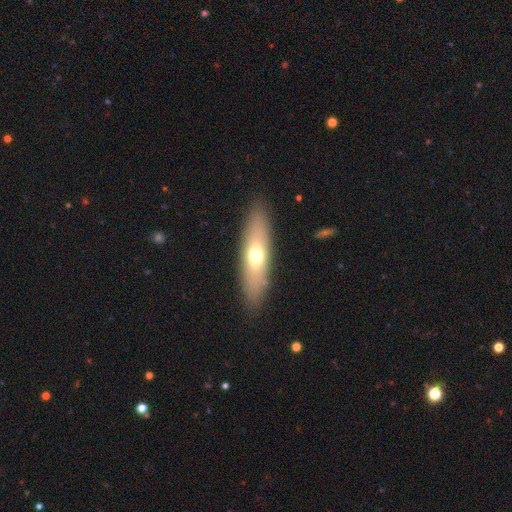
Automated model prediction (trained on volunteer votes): This is possibly a smooth galaxy (58%). How rounded: possibly cigar-shaped (53%). Merging: clearly none (87%).